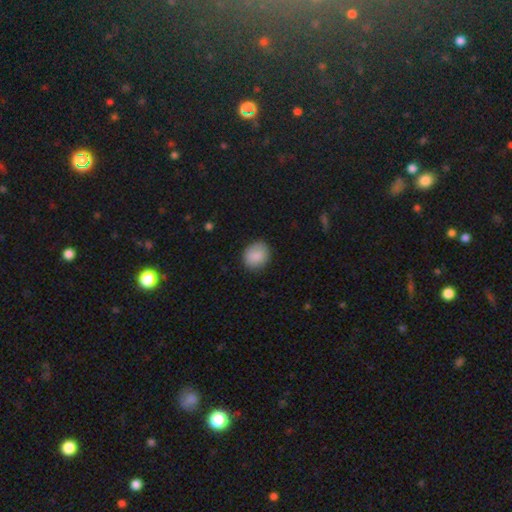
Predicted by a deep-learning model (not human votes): The model was most divided on "how rounded": round: 69%, in between: 30%, cigar-shaped: 1%. More confident: smooth or featured — smooth (87%); merging — none (83%).